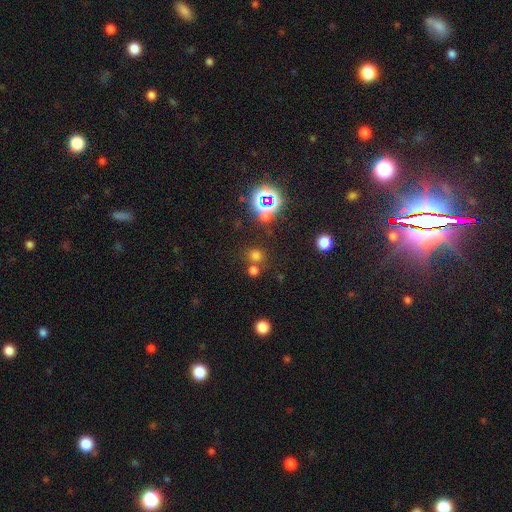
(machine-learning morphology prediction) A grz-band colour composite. It shows a smooth galaxy with no disk features (59%) that is round (87%). Merging: none (67%).